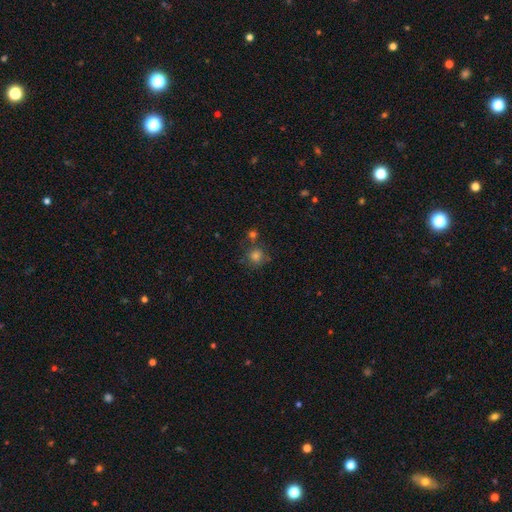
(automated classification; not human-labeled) Overall: smooth (71%). How rounded: round (89%). Merging: none (65%).